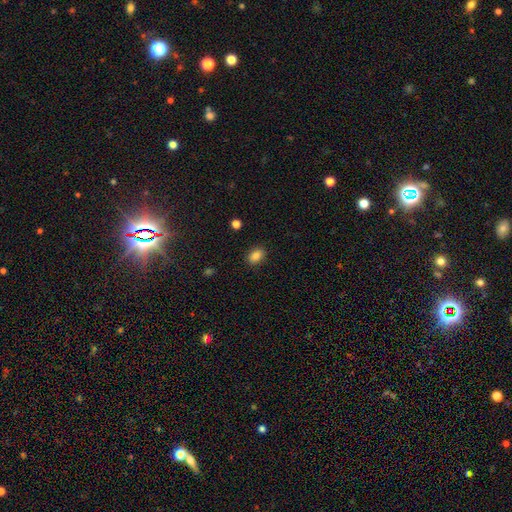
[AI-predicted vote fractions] The model was most divided on "how rounded": in between: 81%, round: 18%, cigar-shaped: 1%. More confident: merging — none (88%); smooth or featured — smooth (85%).